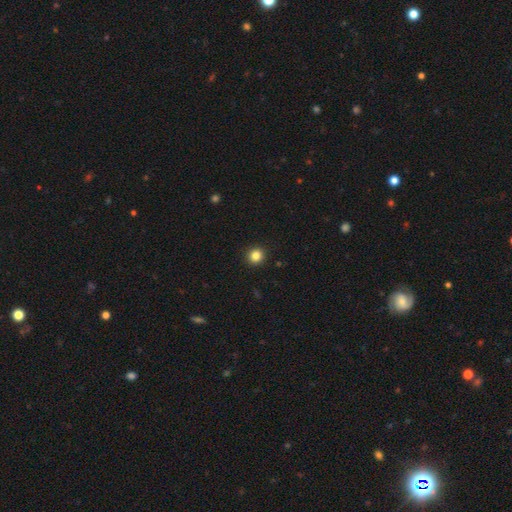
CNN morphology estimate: type=smooth (85%); roundness=round (91%); merging=none (93%).